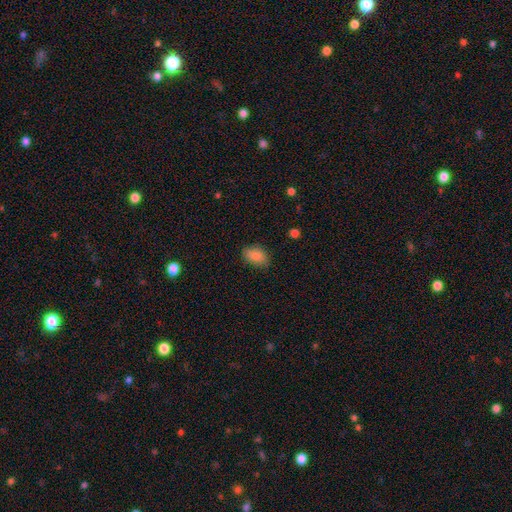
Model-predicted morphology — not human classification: smooth_or_featured: smooth (p=0.86) [alt: star or artifact p=0.08]
how_rounded: in between (p=0.86) [alt: round p=0.12]
merging: none (p=0.78) [alt: minor disturbance p=0.17]